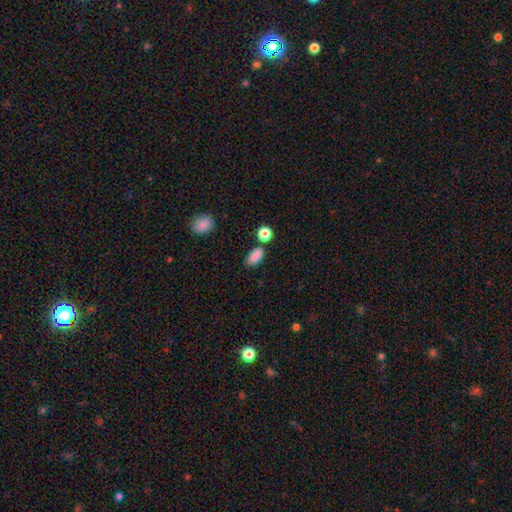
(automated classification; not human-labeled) Overall: smooth (86%). How rounded: in between (88%). Merging: none (69%).